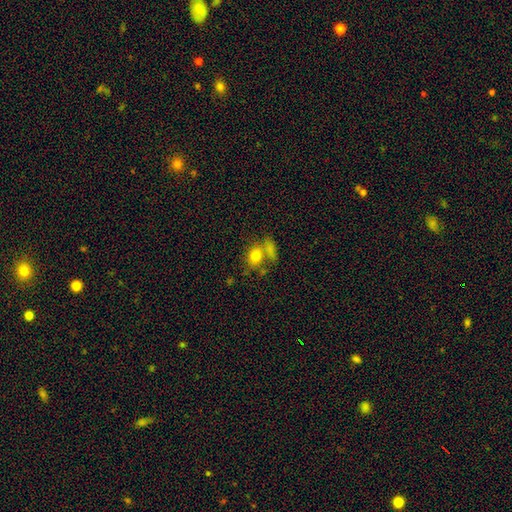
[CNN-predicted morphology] Smooth or featured: smooth — 78% (featured or disk — 12%)
How rounded: in between — 60% (round — 37%)
Merging: none — 50% (merger — 31%)